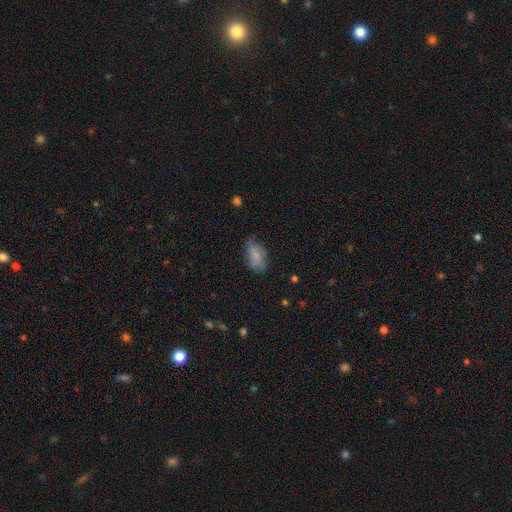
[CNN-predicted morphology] Q: Smooth or featured?
A: smooth (72%); runner-up: featured or disk (19%)
Q: How rounded?
A: in between (90%); runner-up: round (6%)
Q: Merging?
A: none (52%); runner-up: minor disturbance (34%)